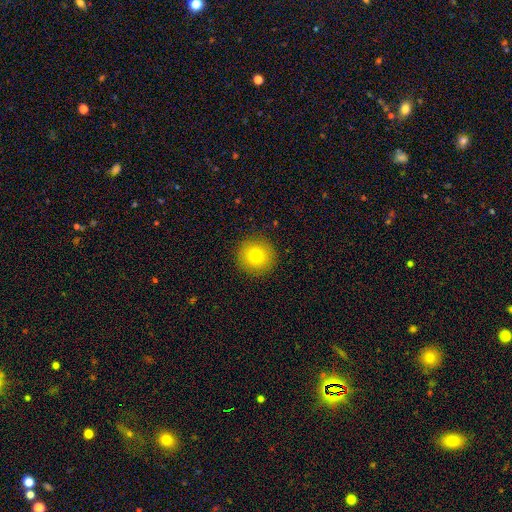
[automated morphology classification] Q: Smooth or featured?
A: smooth (77%); runner-up: featured or disk (12%)
Q: How rounded?
A: round (95%); runner-up: in between (4%)
Q: Merging?
A: none (91%); runner-up: minor disturbance (6%)